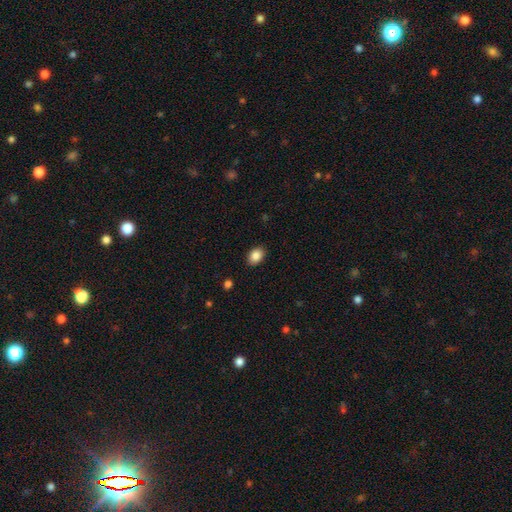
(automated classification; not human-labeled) smooth 87%, star or artifact 8%, featured or disk 5%. Down the decision tree: how rounded — in between (80%); merging — none (88%).